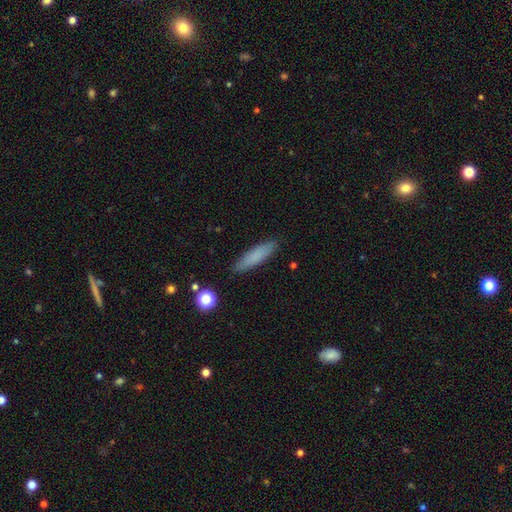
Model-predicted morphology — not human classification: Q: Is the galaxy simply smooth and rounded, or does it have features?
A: smooth — 79%.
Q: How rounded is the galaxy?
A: cigar-shaped — 78%.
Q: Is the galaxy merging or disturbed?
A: none — 88%.